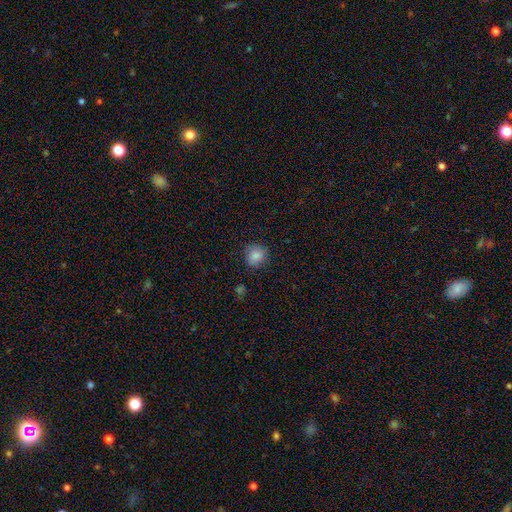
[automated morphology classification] smooth 85%, star or artifact 9%, featured or disk 6%. Down the decision tree: how rounded — round (84%); merging — none (82%).